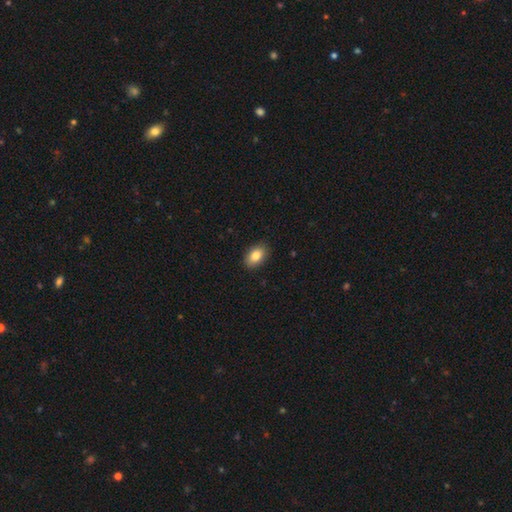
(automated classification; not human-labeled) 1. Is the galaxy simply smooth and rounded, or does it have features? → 84% smooth, 8% featured or disk, 8% star or artifact.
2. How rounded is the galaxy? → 90% in between, 9% round, 1% cigar-shaped.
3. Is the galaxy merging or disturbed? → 89% none, 8% minor disturbance, 2% major disturbance, 1% merger.